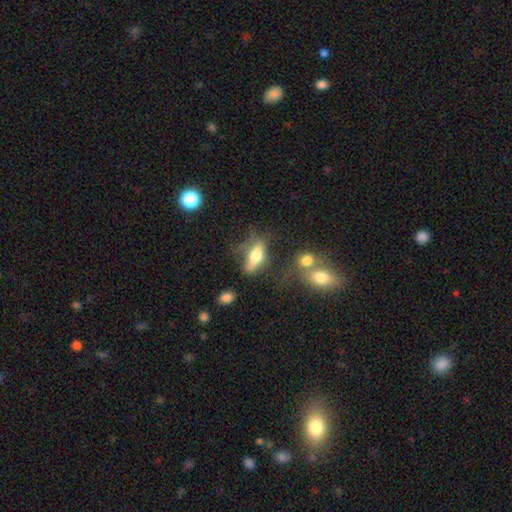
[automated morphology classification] This appears to be a smooth galaxy with no disk features (62%) that is in between round and cigar-shaped (66%). Merging: none (41%).